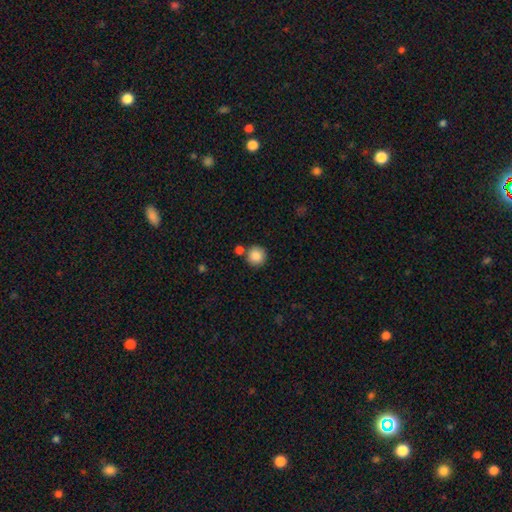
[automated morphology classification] Smooth or featured?
  - smooth: 86% *
  - star or artifact: 9%
  - featured or disk: 5%
How rounded?
  - round: 95% *
  - in between: 4%
  - cigar-shaped: 1%
Merging?
  - none: 80% *
  - merger: 10%
  - minor disturbance: 7%
  - major disturbance: 2%